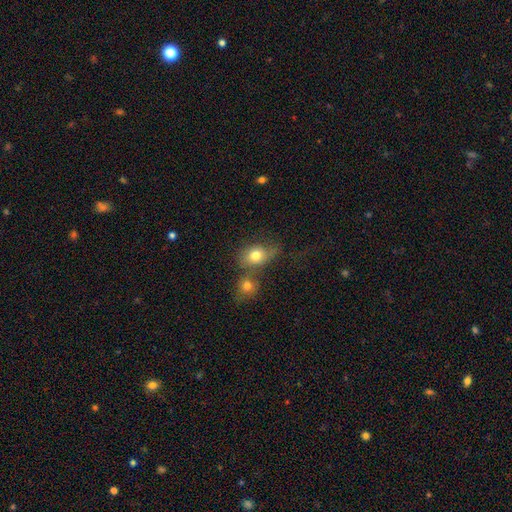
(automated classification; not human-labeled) smooth 76%, featured or disk 13%, star or artifact 11%. Down the decision tree: how rounded — in between (52%); merging — merger (39%).